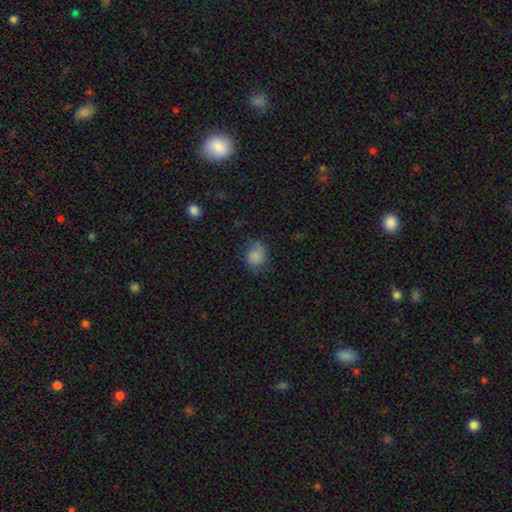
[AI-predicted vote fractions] Q: Smooth or featured?
A: smooth (82%); runner-up: star or artifact (10%)
Q: How rounded?
A: round (56%); runner-up: in between (43%)
Q: Merging?
A: none (66%); runner-up: minor disturbance (25%)